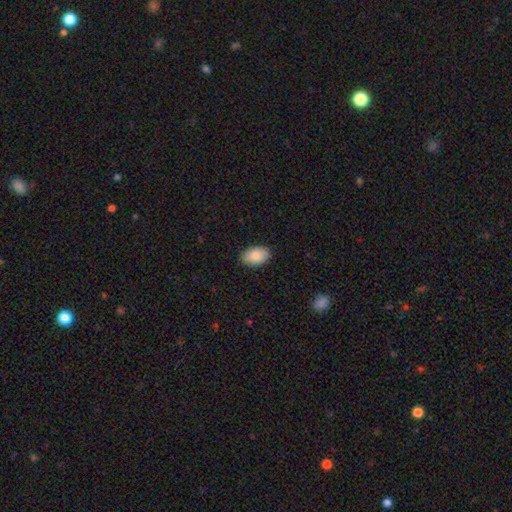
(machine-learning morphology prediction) Q: Smooth or featured?
A: smooth (87%); runner-up: featured or disk (7%)
Q: How rounded?
A: in between (93%); runner-up: round (6%)
Q: Merging?
A: none (89%); runner-up: minor disturbance (9%)